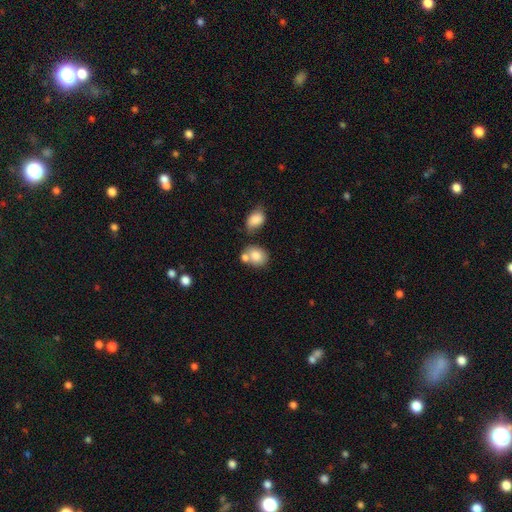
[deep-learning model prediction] smooth_or_featured: smooth (p=0.80) [alt: featured or disk p=0.11]
how_rounded: round (p=0.52) [alt: in between p=0.47]
merging: none (p=0.45) [alt: merger p=0.37]